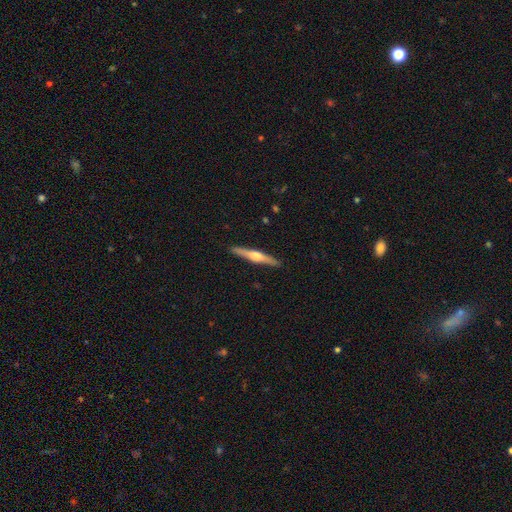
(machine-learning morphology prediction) Smooth or featured? Predicted: featured or disk (p=0.68). Edge-on disk? Predicted: yes (p=0.98). Edge-on bulge? Predicted: rounded (p=0.86). Merging? Predicted: none (p=0.91).